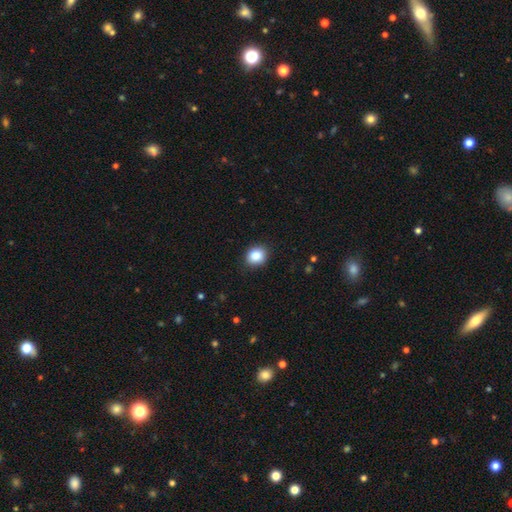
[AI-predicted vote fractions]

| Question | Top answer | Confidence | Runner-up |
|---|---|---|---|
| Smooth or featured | smooth | 86% | star or artifact (9%) |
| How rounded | round | 67% | in between (32%) |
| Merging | none | 89% | minor disturbance (8%) |